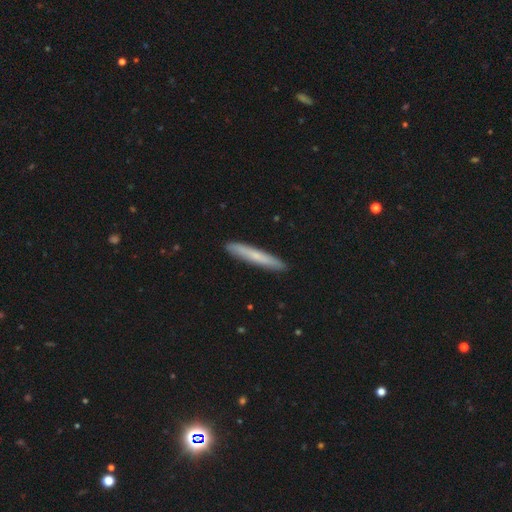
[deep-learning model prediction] This is likely a smooth galaxy (63%). How rounded: clearly cigar-shaped (95%). Merging: clearly none (91%).